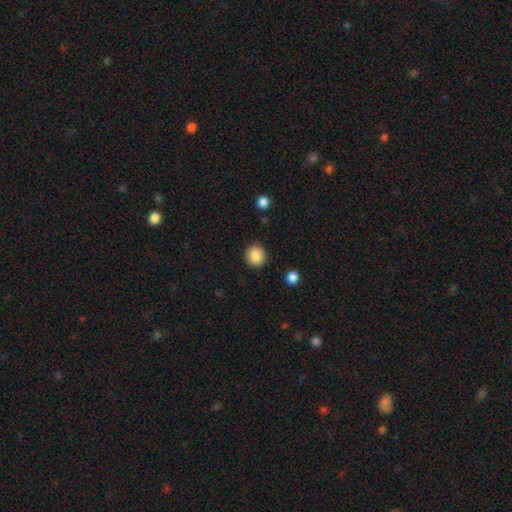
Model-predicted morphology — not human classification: This is clearly a smooth galaxy (88%). How rounded: clearly round (87%). Merging: clearly none (89%).